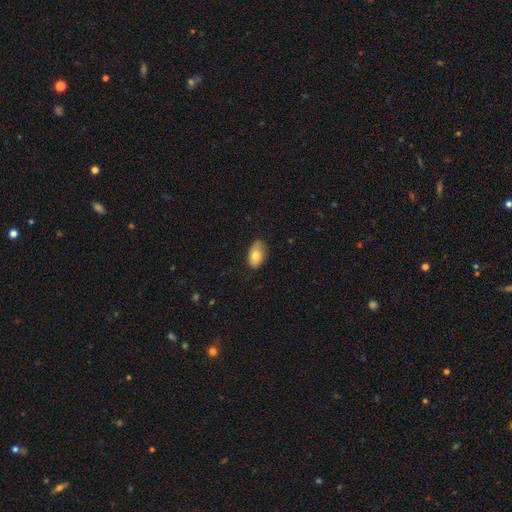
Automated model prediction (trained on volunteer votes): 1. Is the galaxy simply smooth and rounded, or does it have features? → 74% smooth, 19% featured or disk, 7% star or artifact.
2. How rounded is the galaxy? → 91% in between, 8% round, 1% cigar-shaped.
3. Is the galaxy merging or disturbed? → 73% none, 22% minor disturbance, 4% major disturbance, 1% merger.